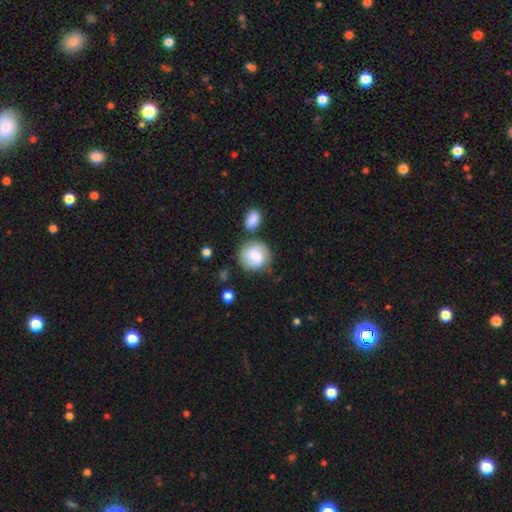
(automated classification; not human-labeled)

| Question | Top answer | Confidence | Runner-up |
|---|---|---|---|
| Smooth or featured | smooth | 70% | featured or disk (23%) |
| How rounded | round | 86% | in between (13%) |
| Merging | none | 66% | minor disturbance (16%) |